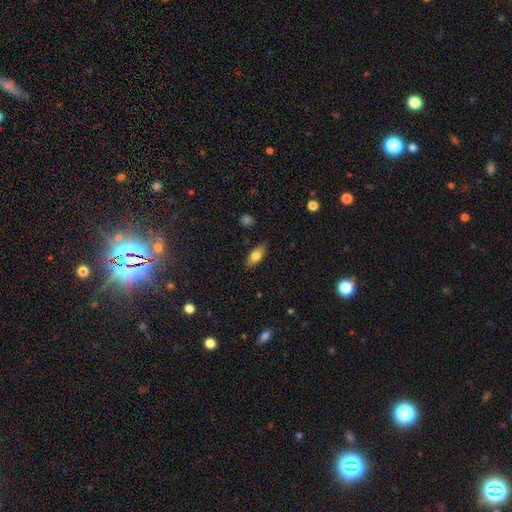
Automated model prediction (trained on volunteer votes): Smooth or featured?
  - smooth: 73% *
  - featured or disk: 20%
  - star or artifact: 7%
How rounded?
  - in between: 84% *
  - cigar-shaped: 12%
  - round: 4%
Merging?
  - none: 85% *
  - minor disturbance: 12%
  - major disturbance: 2%
  - merger: 1%